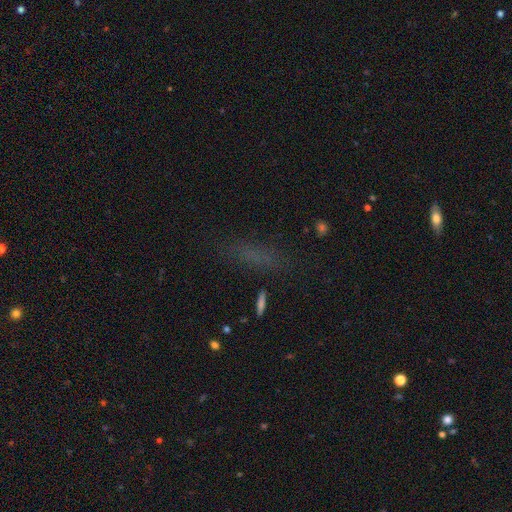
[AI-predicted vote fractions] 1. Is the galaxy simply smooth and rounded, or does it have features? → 57% smooth, 27% star or artifact, 17% featured or disk.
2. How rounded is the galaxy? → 60% cigar-shaped, 35% in between, 5% round.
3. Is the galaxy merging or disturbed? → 76% none, 14% minor disturbance, 7% major disturbance, 3% merger.